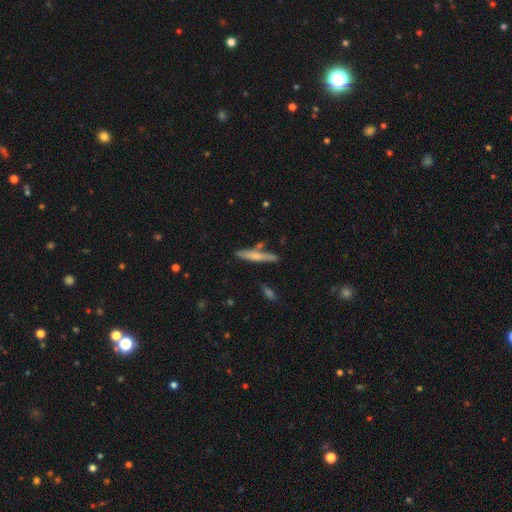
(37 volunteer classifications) Morphology: type=smooth (59%); roundness=cigar-shaped (82%); merging=none (86%).